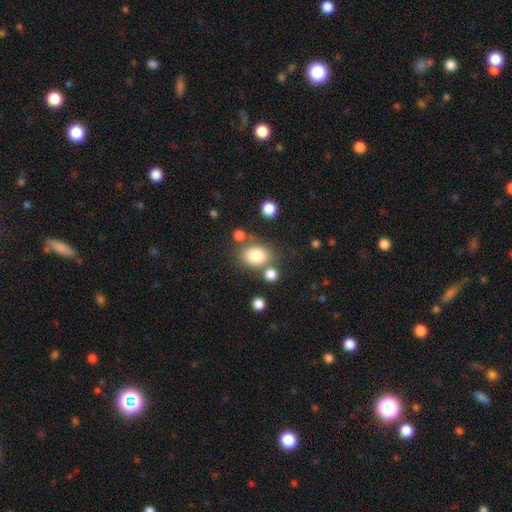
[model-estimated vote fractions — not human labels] Smooth or featured? Predicted: smooth (p=0.81). How rounded? Predicted: in between (p=0.61). Merging? Predicted: none (p=0.67).